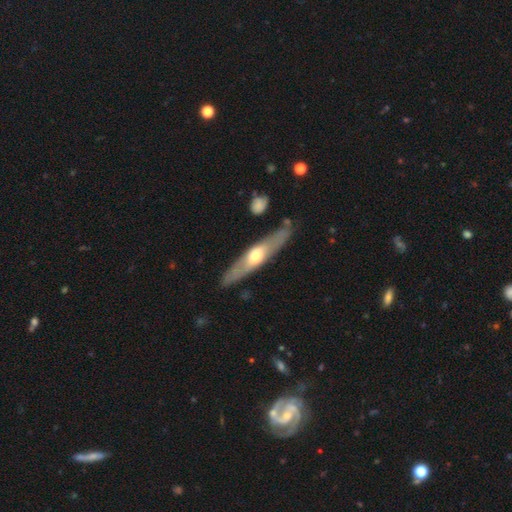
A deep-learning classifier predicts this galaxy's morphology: featured or disk 56%, smooth 39%, star or artifact 5%. Down the decision tree: edge-on disk — yes (76%); merging — none (83%).